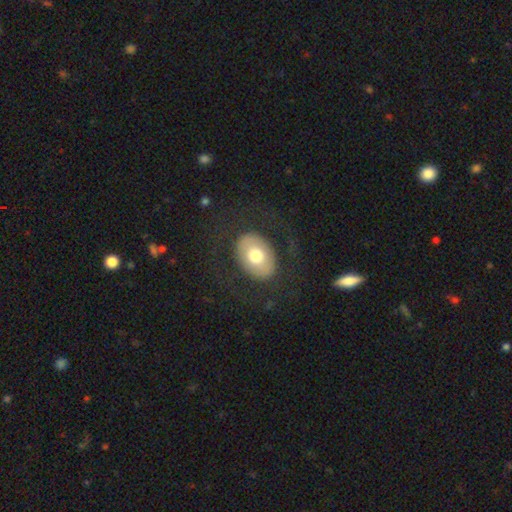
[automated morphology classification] Smooth or featured? smooth (62%)
How rounded? in between (77%)
Merging? none (79%)